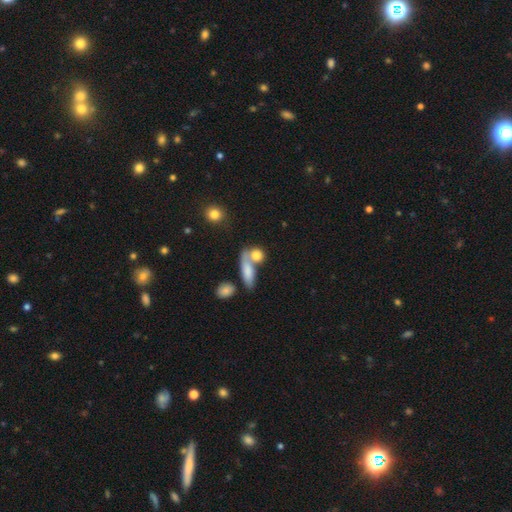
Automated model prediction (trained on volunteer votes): Smooth or featured?
  - smooth: 78% *
  - featured or disk: 13%
  - star or artifact: 9%
How rounded?
  - in between: 45% *
  - round: 42%
  - cigar-shaped: 13%
Merging?
  - merger: 46% *
  - none: 36%
  - minor disturbance: 11%
  - major disturbance: 7%